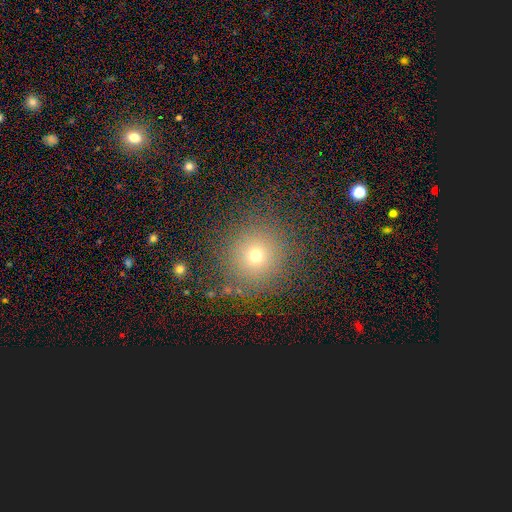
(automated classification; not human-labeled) smooth 67%, star or artifact 23%, featured or disk 9%. Down the decision tree: how rounded — round (95%); merging — none (87%).